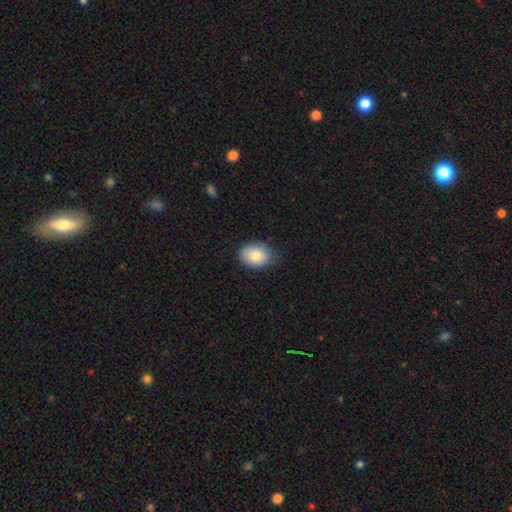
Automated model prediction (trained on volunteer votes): smooth-or-featured: smooth: 83% | featured or disk: 10% | star or artifact: 7%
  how-rounded: in between: 70% | round: 29% | cigar-shaped: 1%
  merging: none: 78% | minor disturbance: 18% | major disturbance: 3% | merger: 1%